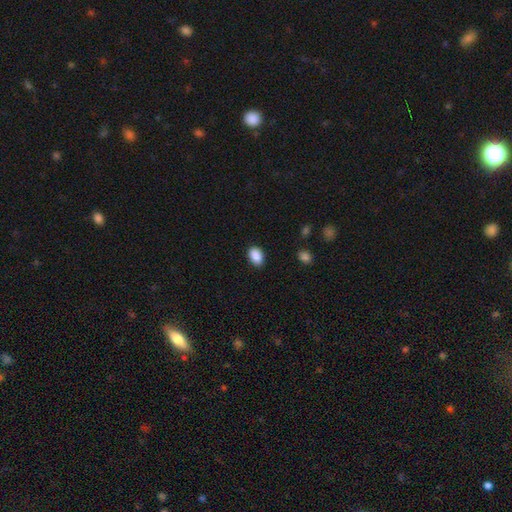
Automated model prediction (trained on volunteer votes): This appears to be a smooth galaxy with no disk features (90%) that is in between round and cigar-shaped (82%). Merging: none (86%).